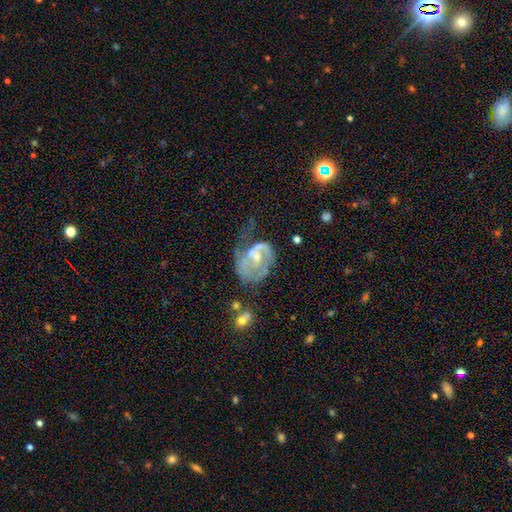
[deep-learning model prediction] featured or disk 74%, smooth 19%, star or artifact 7%. Down the decision tree: edge-on disk — no (97%); bar — no (52%); spiral arms — yes (72%); spiral arm count — 2 (37%); spiral winding — medium (38%); bulge size — small (47%); merging — major disturbance (43%).